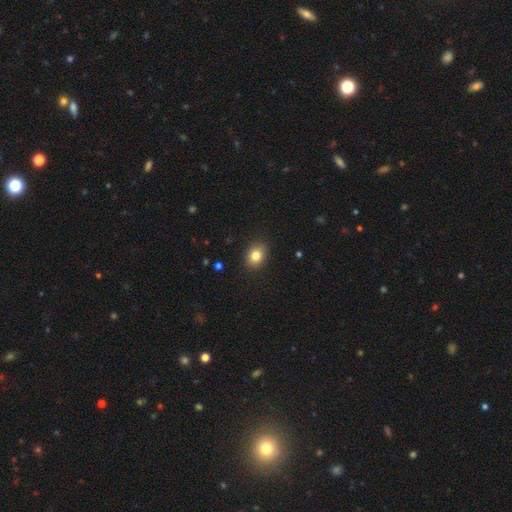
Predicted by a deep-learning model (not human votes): Q: Smooth or featured?
A: smooth (83%); runner-up: star or artifact (10%)
Q: How rounded?
A: in between (60%); runner-up: round (39%)
Q: Merging?
A: none (89%); runner-up: minor disturbance (8%)